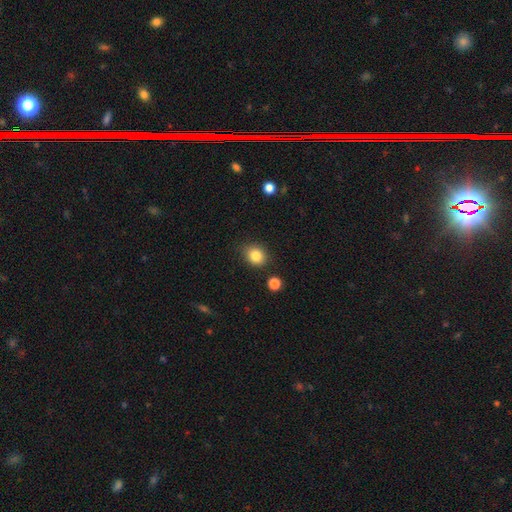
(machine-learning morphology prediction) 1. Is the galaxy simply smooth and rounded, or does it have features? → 85% smooth, 10% star or artifact, 5% featured or disk.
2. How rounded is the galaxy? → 65% round, 34% in between, 1% cigar-shaped.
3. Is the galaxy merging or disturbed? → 81% none, 13% minor disturbance, 3% merger, 3% major disturbance.